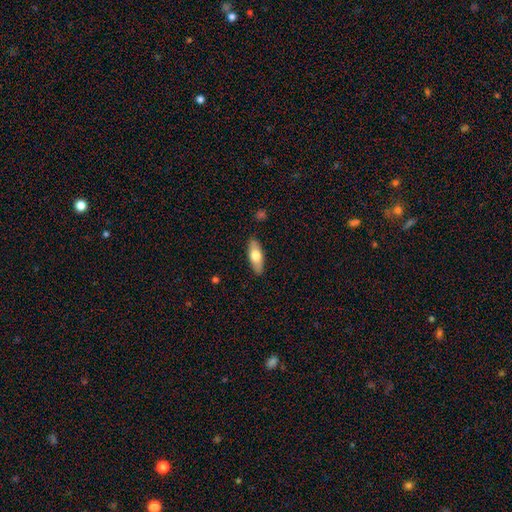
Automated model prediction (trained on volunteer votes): A smooth galaxy with no disk features (67%) that is in between round and cigar-shaped (68%). Merging: none (88%).